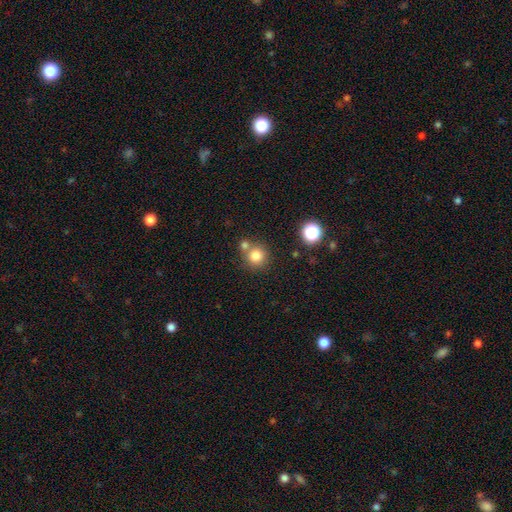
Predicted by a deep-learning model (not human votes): Smooth or featured: smooth — 79% (star or artifact — 13%)
How rounded: round — 92% (in between — 7%)
Merging: none — 65% (merger — 24%)